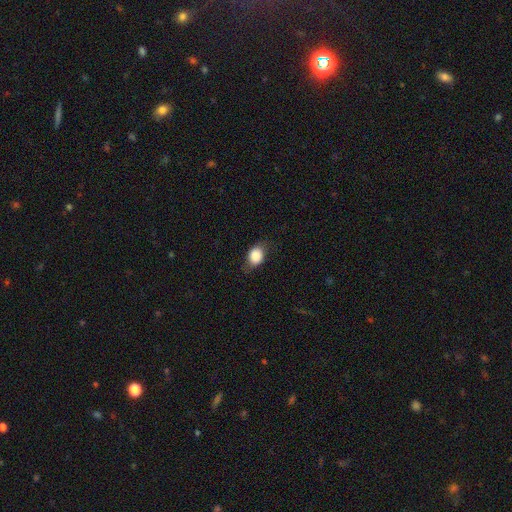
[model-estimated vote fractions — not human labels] Overall: smooth (82%). How rounded: in between (61%; round 38%). Merging: none (71%).